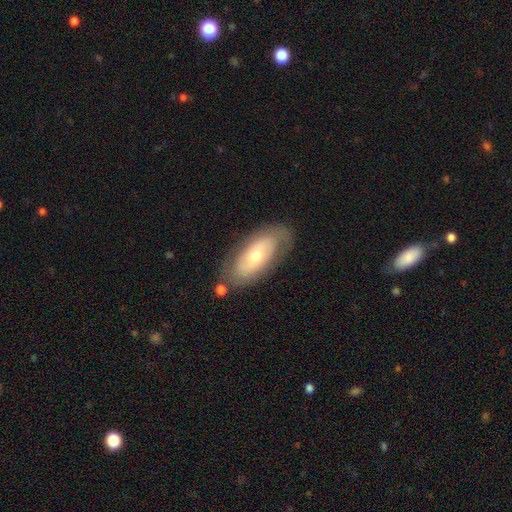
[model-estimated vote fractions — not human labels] Smooth or featured? featured or disk (53%)
Edge-on disk? no (87%)
Merging? none (75%)